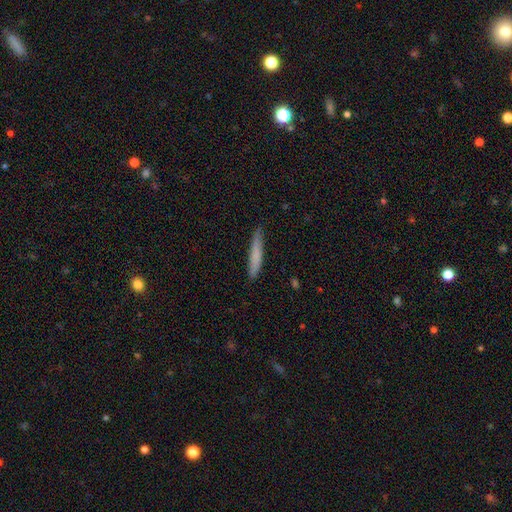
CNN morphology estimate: This is likely a smooth galaxy (73%). How rounded: clearly cigar-shaped (94%). Merging: clearly none (82%).